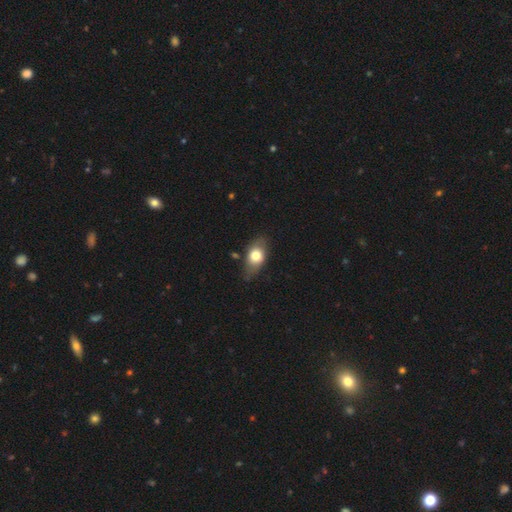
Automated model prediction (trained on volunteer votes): Q: Smooth or featured?
A: smooth (70%); runner-up: featured or disk (23%)
Q: How rounded?
A: in between (81%); runner-up: round (14%)
Q: Merging?
A: none (68%); runner-up: minor disturbance (24%)